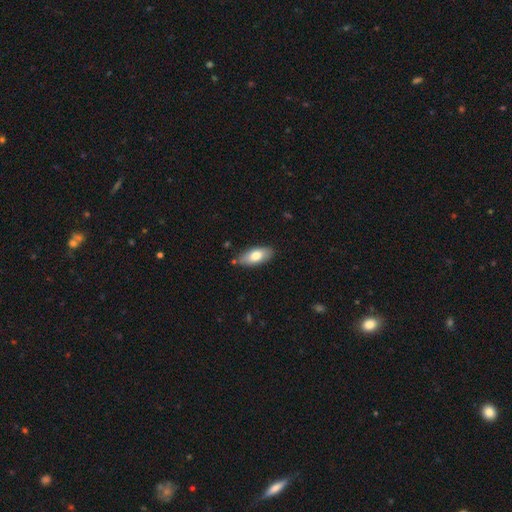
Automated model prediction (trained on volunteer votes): This is likely a smooth galaxy (74%). How rounded: clearly in between (87%). Merging: clearly none (81%).